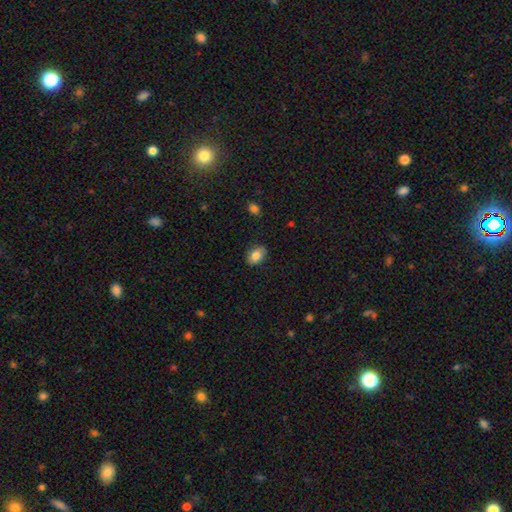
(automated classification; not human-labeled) The model was most divided on "how rounded": in between: 77%, round: 22%, cigar-shaped: 1%. More confident: smooth or featured — smooth (82%); merging — none (82%).